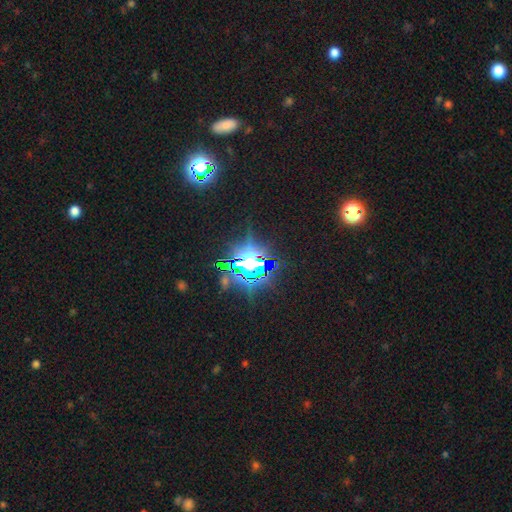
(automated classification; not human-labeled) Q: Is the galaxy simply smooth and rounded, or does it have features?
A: star or artifact — 83%.